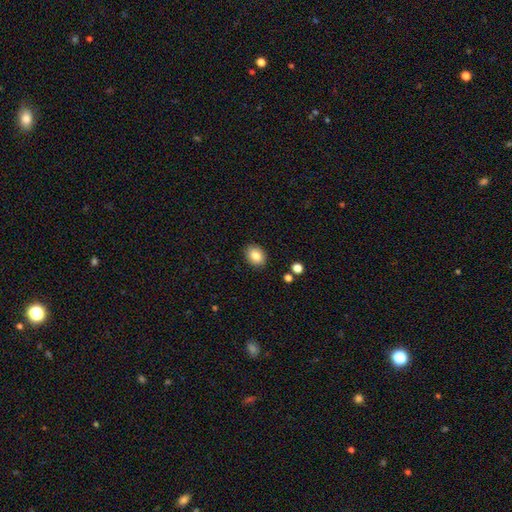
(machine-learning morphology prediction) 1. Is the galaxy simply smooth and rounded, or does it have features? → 84% smooth, 9% star or artifact, 7% featured or disk.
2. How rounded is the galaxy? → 55% in between, 44% round, 1% cigar-shaped.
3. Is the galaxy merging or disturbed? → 89% none, 8% minor disturbance, 2% major disturbance, 1% merger.